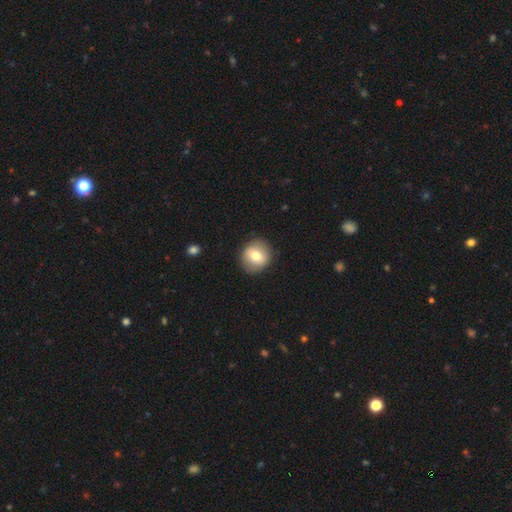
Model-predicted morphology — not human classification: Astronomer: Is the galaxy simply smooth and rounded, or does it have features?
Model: smooth — 70%.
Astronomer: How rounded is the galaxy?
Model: round — 87%.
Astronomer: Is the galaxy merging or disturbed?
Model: none — 88%.